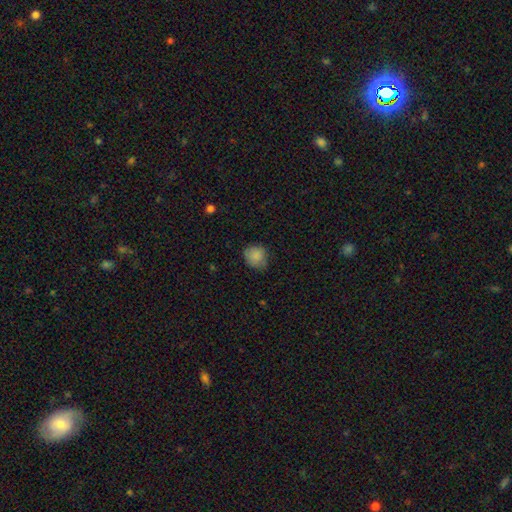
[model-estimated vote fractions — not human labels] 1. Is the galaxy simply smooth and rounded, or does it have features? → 86% smooth, 9% star or artifact, 5% featured or disk.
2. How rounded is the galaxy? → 77% round, 22% in between, 1% cigar-shaped.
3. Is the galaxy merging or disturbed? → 72% none, 23% minor disturbance, 4% major disturbance, 1% merger.